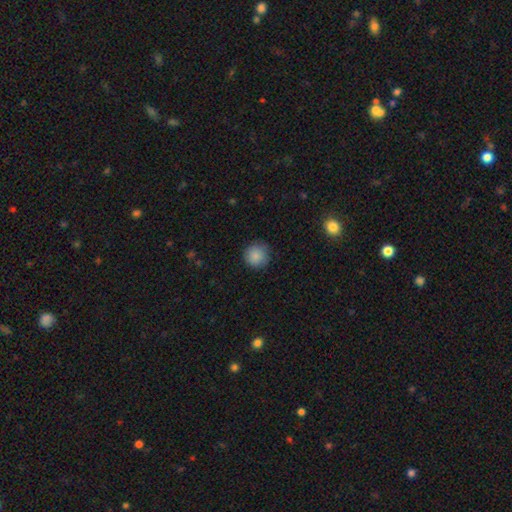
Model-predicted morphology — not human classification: Smooth or featured? Predicted: smooth (p=0.87). How rounded? Predicted: round (p=0.94). Merging? Predicted: none (p=0.86).